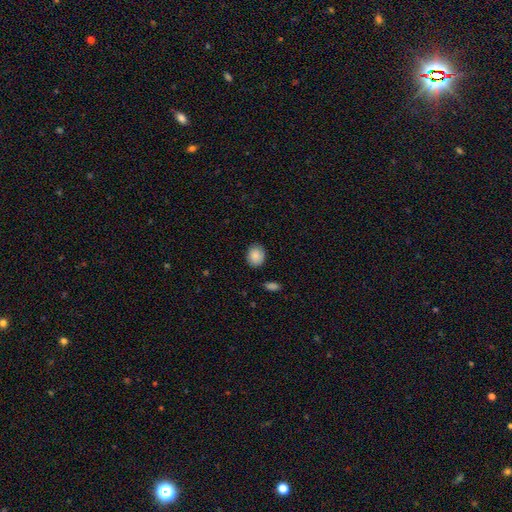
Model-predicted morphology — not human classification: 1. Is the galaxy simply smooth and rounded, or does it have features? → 88% smooth, 7% star or artifact, 5% featured or disk.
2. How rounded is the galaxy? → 58% round, 41% in between, 1% cigar-shaped.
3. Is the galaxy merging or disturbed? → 85% none, 10% minor disturbance, 2% major disturbance, 2% merger.